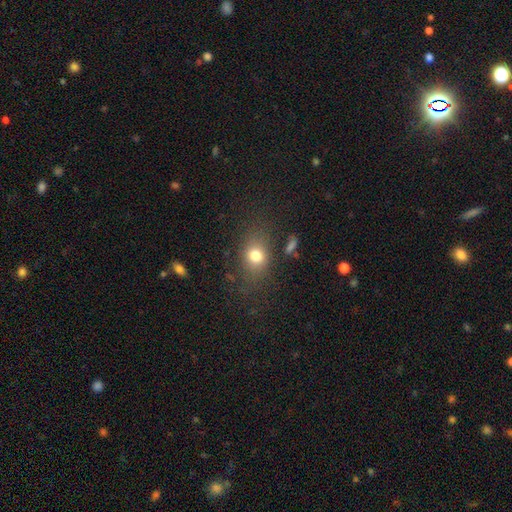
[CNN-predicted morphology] smooth-or-featured: smooth: 76% | star or artifact: 13% | featured or disk: 11%
  how-rounded: in between: 53% | round: 45% | cigar-shaped: 2%
  merging: none: 73% | minor disturbance: 16% | major disturbance: 8% | merger: 3%